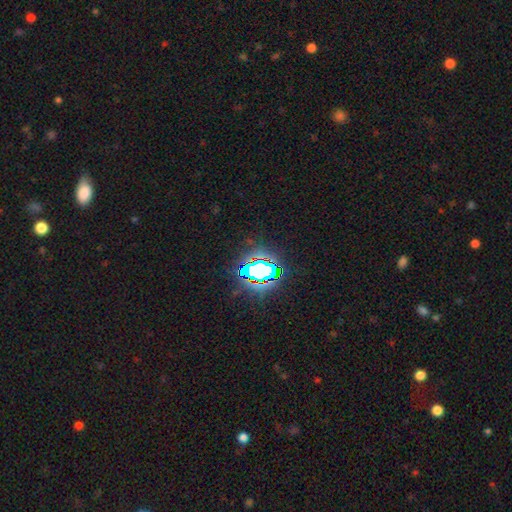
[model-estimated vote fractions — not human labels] A star or artifact, not a galaxy (79%).

Vote fractions:
- Smooth or featured? star or artifact: 79% / smooth: 14% / featured or disk: 7%